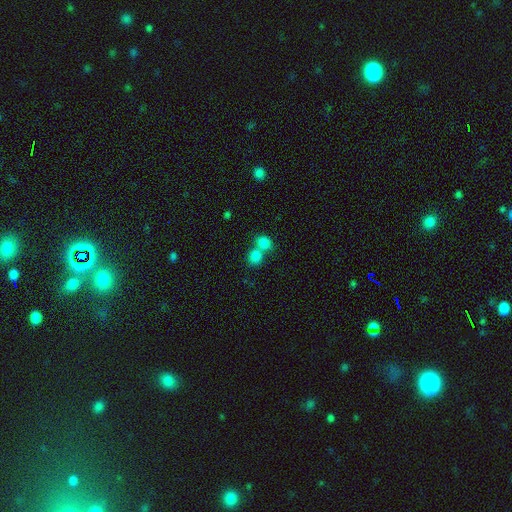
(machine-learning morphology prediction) This appears to be a smooth galaxy with no disk features (83%) that is round (75%). Merging: merger (52%).